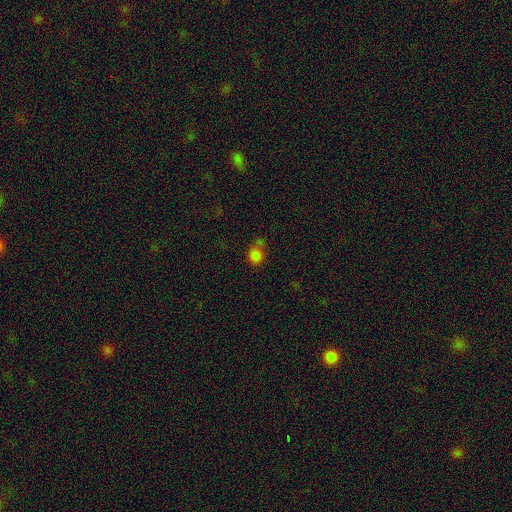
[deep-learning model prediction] Smooth or featured?
  - smooth: 79% *
  - star or artifact: 16%
  - featured or disk: 5%
How rounded?
  - round: 71% *
  - in between: 27%
  - cigar-shaped: 1%
Merging?
  - none: 53% *
  - minor disturbance: 20%
  - merger: 18%
  - major disturbance: 9%